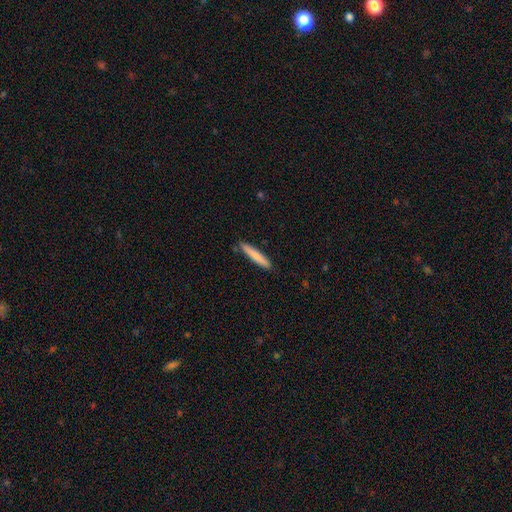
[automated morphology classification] Smooth or featured? smooth (80%)
How rounded? cigar-shaped (92%)
Merging? none (87%)